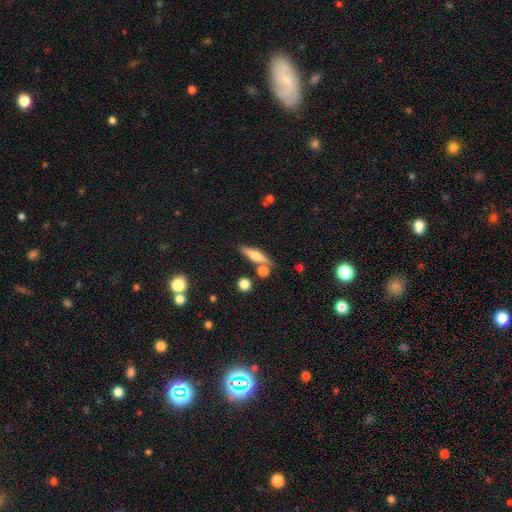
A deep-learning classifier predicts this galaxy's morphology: This appears to be a featured or disk galaxy (46%, tied with smooth). Merging: none (74%).